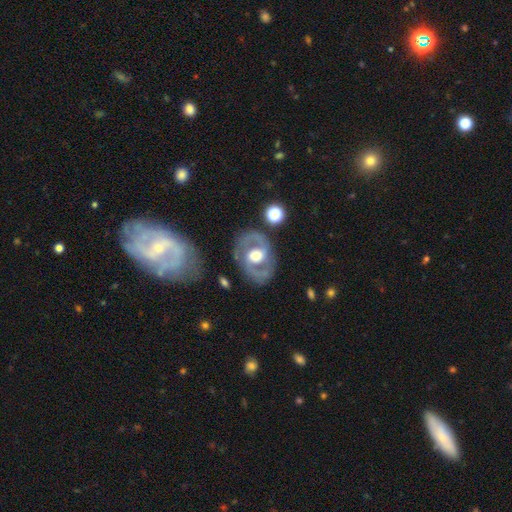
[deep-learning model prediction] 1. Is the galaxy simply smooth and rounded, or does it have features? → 81% featured or disk, 13% smooth, 5% star or artifact.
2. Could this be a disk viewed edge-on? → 96% no, 4% yes.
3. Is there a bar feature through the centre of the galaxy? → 48% no, 36% weak, 16% strong.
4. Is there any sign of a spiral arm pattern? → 83% yes, 17% no.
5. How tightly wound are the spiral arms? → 56% medium, 25% tight, 19% loose.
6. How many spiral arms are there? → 89% 2, 5% can't tell, 3% 1, 1% 3, 1% 4, 1% more than 4.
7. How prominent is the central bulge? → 52% moderate, 35% large, 8% small, 3% dominant, 2% none.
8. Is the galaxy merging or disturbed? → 80% none, 12% minor disturbance, 6% major disturbance, 2% merger.